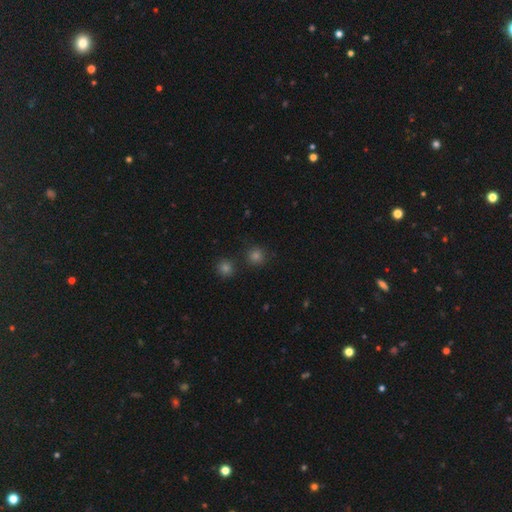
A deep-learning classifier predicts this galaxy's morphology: smooth 69%, star or artifact 25%, featured or disk 6%. Down the decision tree: how rounded — round (93%); merging — none (82%).